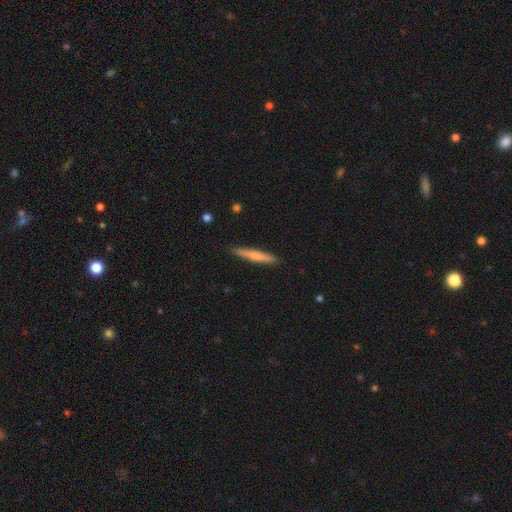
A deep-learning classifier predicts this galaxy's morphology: A smooth galaxy with no disk features (60%) that is cigar-shaped (95%). Merging: none (90%).